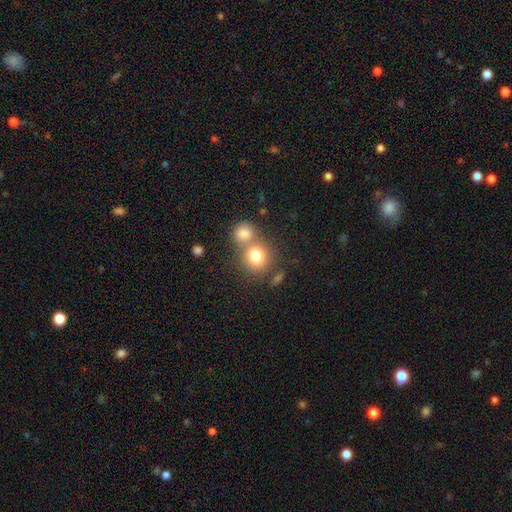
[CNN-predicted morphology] type=smooth (78%); roundness=round (84%); merging=none (47%).